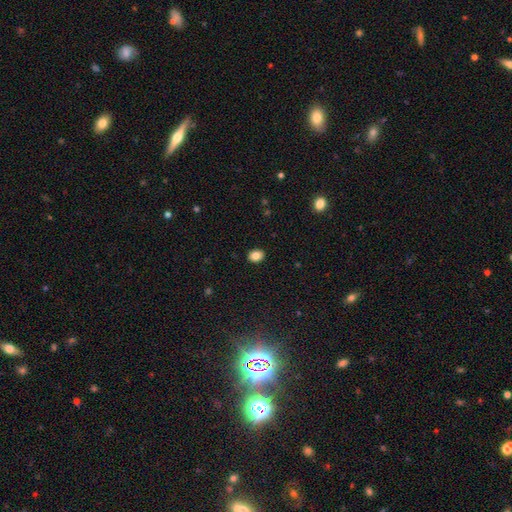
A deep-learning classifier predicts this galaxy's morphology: Smooth or featured? smooth (85%)
How rounded? in between (59%)
Merging? none (90%)